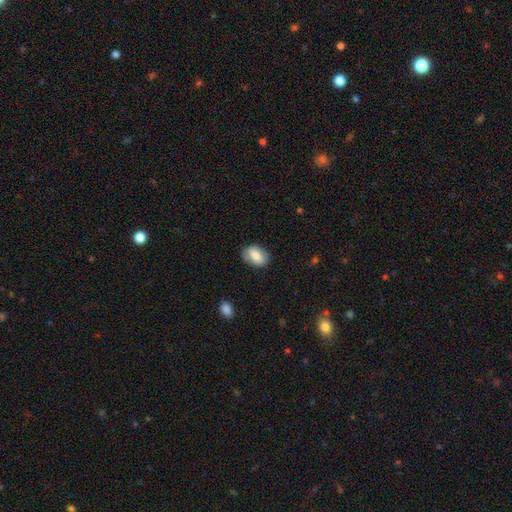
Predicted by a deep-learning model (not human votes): smooth_or_featured: smooth (p=0.71) [alt: featured or disk p=0.22]
how_rounded: in between (p=0.83) [alt: round p=0.15]
merging: none (p=0.84) [alt: minor disturbance p=0.12]